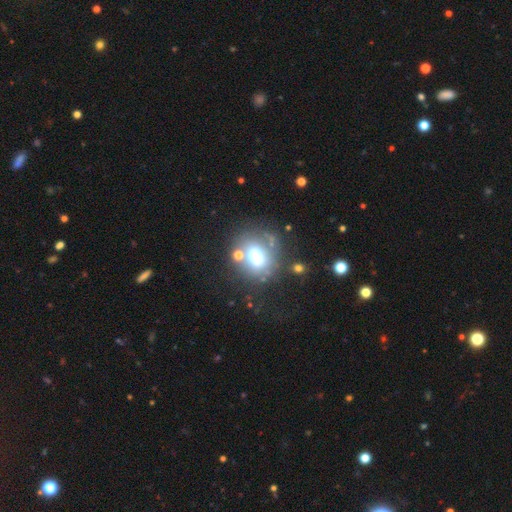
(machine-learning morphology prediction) Overall: smooth (59%; featured or disk 23%). How rounded: round (75%). Merging: none (60%).